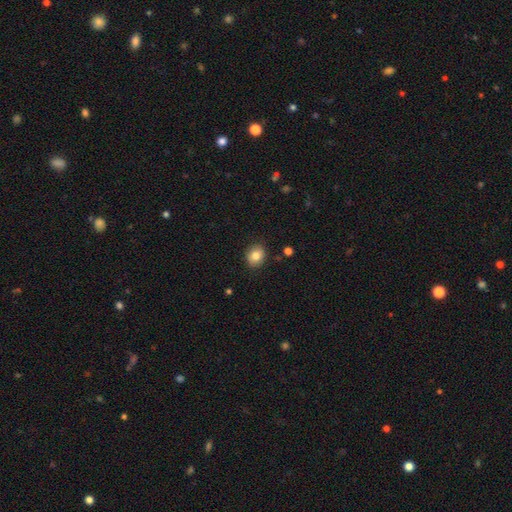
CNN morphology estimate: smooth_or_featured: smooth (p=0.82) [alt: star or artifact p=0.09]
how_rounded: round (p=0.63) [alt: in between p=0.36]
merging: none (p=0.88) [alt: minor disturbance p=0.09]